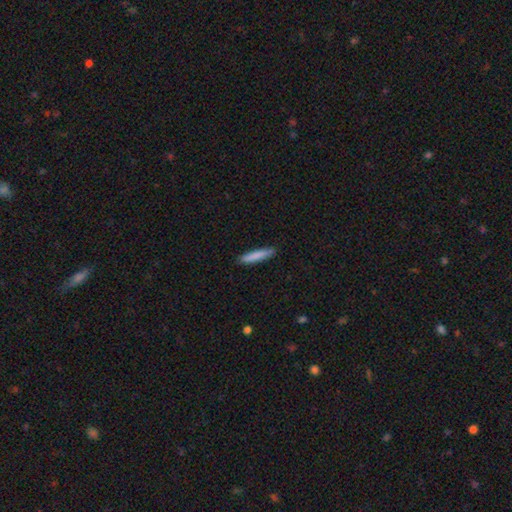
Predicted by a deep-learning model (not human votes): This appears to be a smooth galaxy with no disk features (84%) that is cigar-shaped (91%). Merging: none (89%).